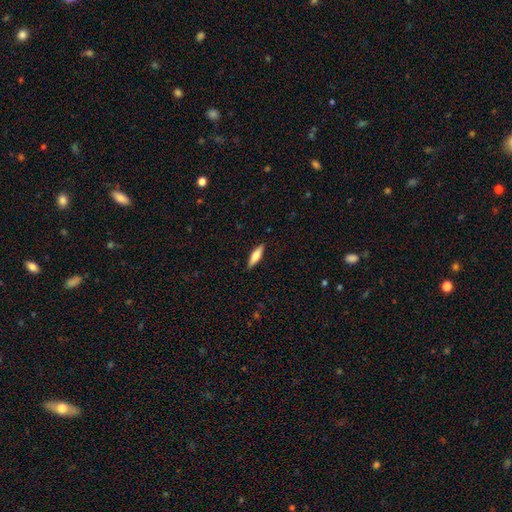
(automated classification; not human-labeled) Overall: smooth (67%; featured or disk 27%). How rounded: cigar-shaped (63%; in between 35%). Merging: none (89%).